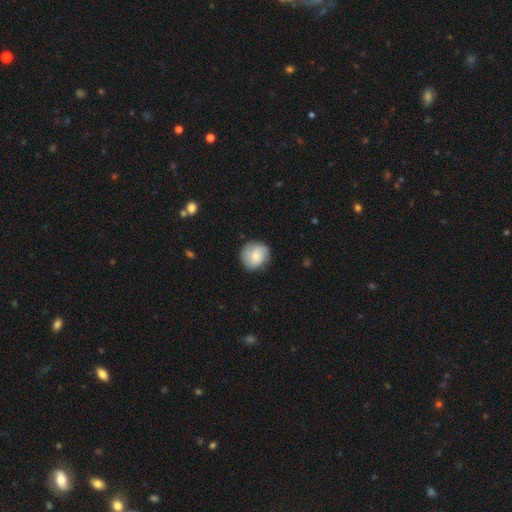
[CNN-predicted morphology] Smooth or featured? smooth (58%)
How rounded? round (83%)
Merging? none (76%)